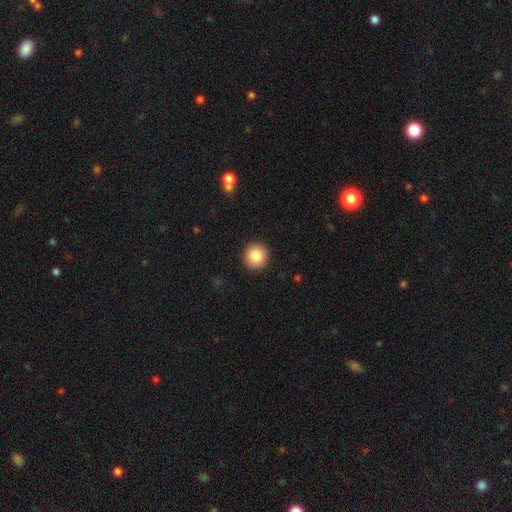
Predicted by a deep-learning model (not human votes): The model was most divided on "smooth or featured": smooth: 86%, star or artifact: 9%, featured or disk: 6%. More confident: how rounded — round (94%); merging — none (92%).